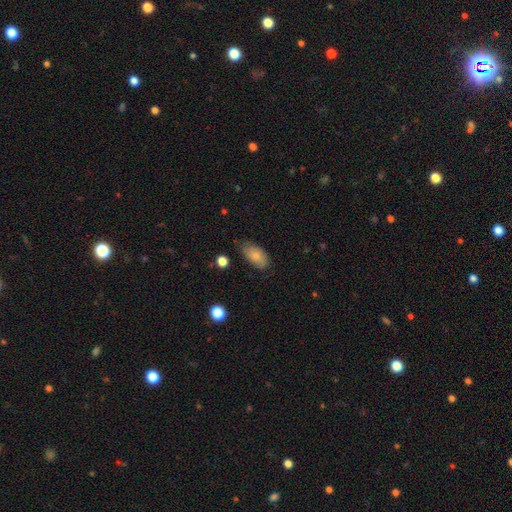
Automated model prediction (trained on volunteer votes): smooth_or_featured: smooth (p=0.80) [alt: featured or disk p=0.13]
how_rounded: in between (p=0.93) [alt: round p=0.04]
merging: none (p=0.66) [alt: minor disturbance p=0.28]